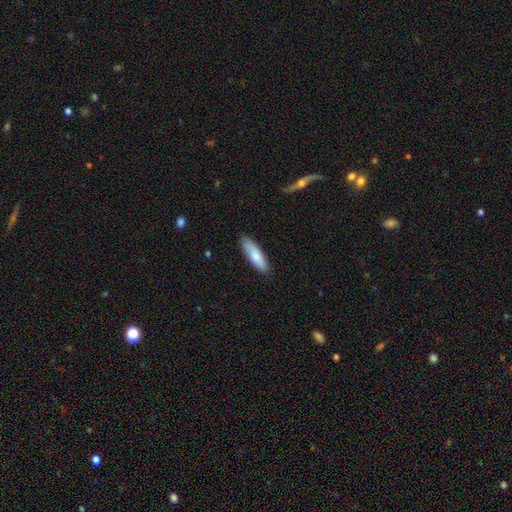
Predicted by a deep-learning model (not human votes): This is clearly a smooth galaxy (83%). How rounded: likely cigar-shaped (62%). Merging: clearly none (87%).